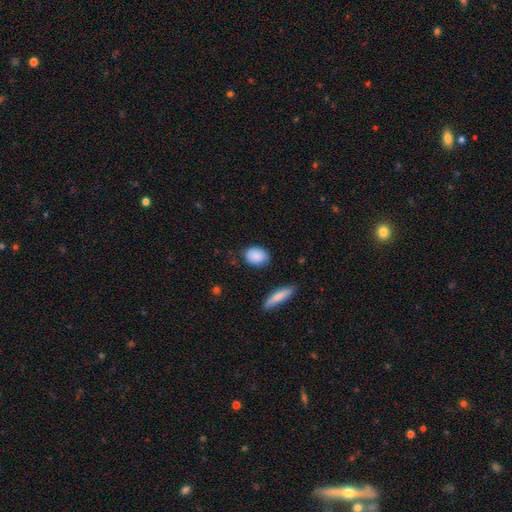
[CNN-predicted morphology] smooth-or-featured: smooth: 88% | star or artifact: 7% | featured or disk: 6%
  how-rounded: in between: 73% | round: 24% | cigar-shaped: 2%
  merging: none: 80% | minor disturbance: 14% | major disturbance: 3% | merger: 2%